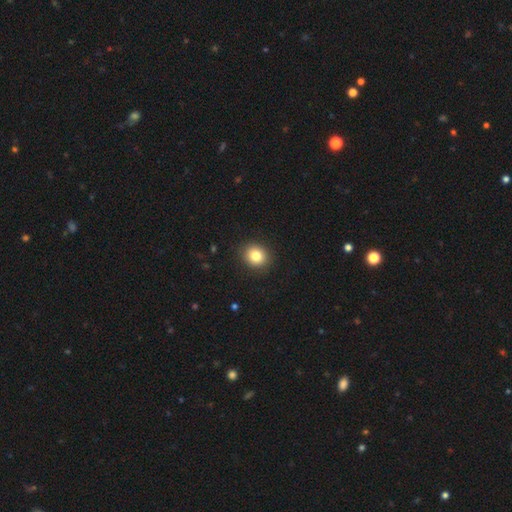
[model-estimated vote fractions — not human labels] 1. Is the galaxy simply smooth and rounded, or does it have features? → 83% smooth, 10% star or artifact, 8% featured or disk.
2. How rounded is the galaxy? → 77% round, 22% in between, 1% cigar-shaped.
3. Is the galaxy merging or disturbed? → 91% none, 6% minor disturbance, 2% major disturbance, 1% merger.